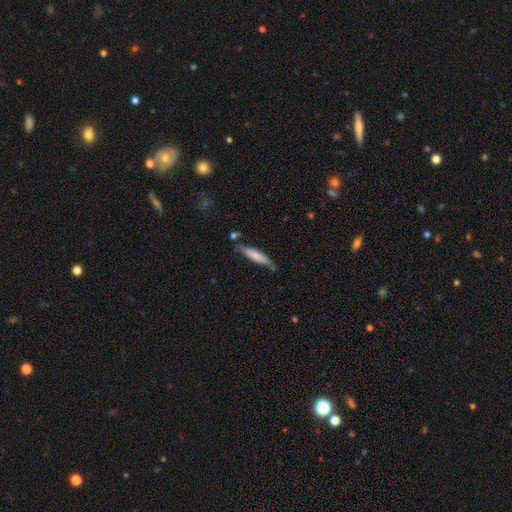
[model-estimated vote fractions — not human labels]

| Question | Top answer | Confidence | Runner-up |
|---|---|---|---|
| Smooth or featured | smooth | 70% | featured or disk (24%) |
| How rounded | cigar-shaped | 84% | in between (15%) |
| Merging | none | 65% | minor disturbance (23%) |